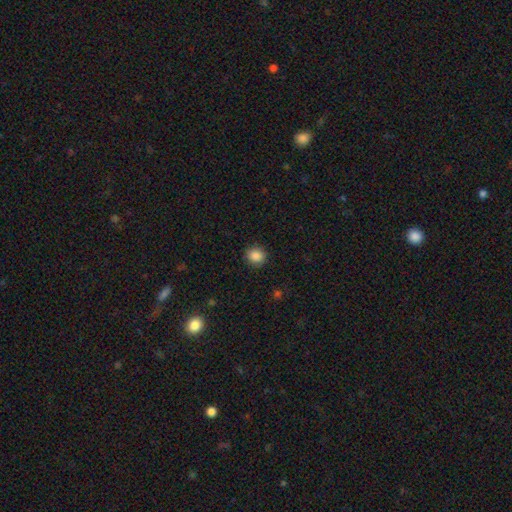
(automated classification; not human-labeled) A smooth galaxy with no disk features (86%) that is round (84%). Merging: none (91%).